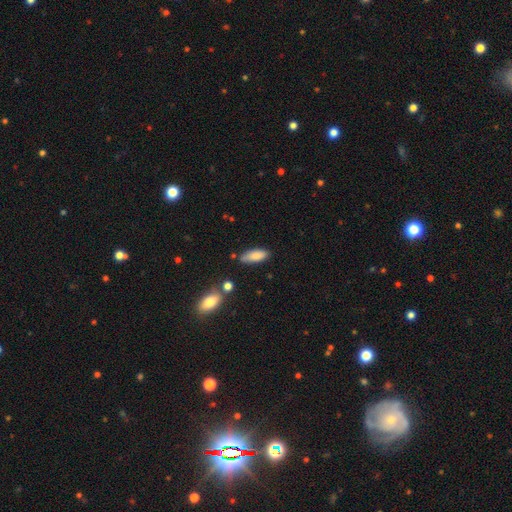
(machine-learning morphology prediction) The model was most divided on "how rounded": in between: 71%, cigar-shaped: 27%, round: 2%. More confident: smooth or featured — smooth (83%); merging — none (74%).